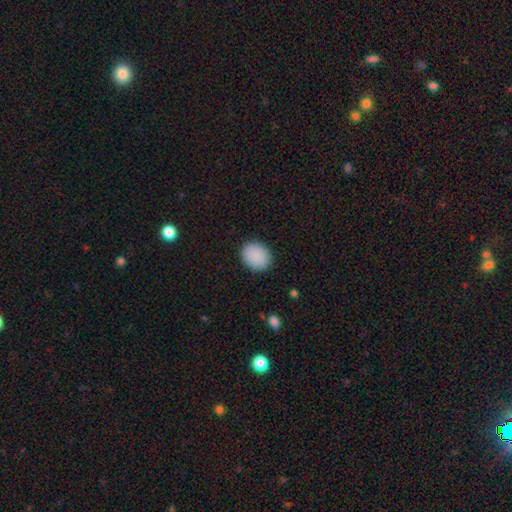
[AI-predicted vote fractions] smooth 90%, star or artifact 7%, featured or disk 3%. Down the decision tree: how rounded — round (59%); merging — none (89%).